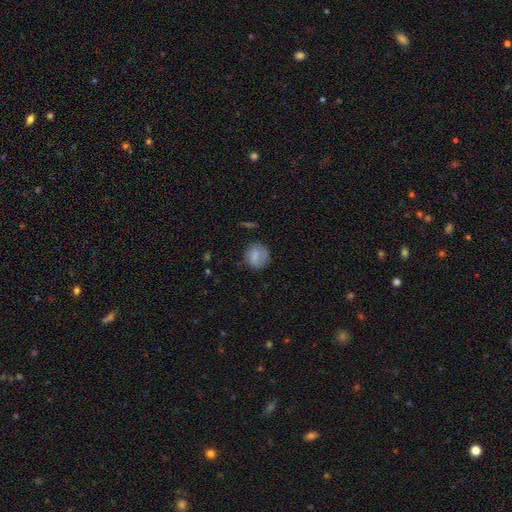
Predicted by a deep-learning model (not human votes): smooth_or_featured: smooth (p=0.77) [alt: featured or disk p=0.14]
how_rounded: round (p=0.80) [alt: in between p=0.19]
merging: none (p=0.70) [alt: minor disturbance p=0.20]